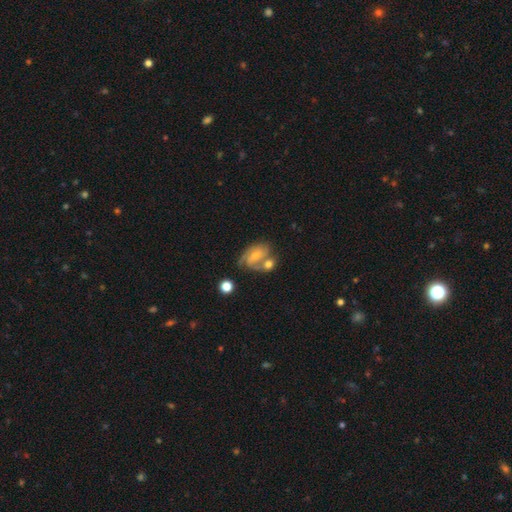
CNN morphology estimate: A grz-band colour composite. It shows a featured or disk galaxy (64%) with no bar (52%), 2 (41%) medium (43%) spiral arms (86%) and a small central bulge (58%). Merging: none (37%).